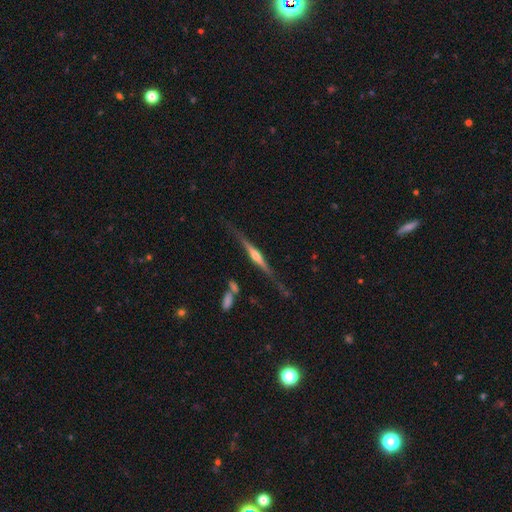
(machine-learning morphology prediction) This is clearly a featured or disk galaxy (81%). It is clearly viewed edge-on (98%). Edge-on bulge: clearly rounded (88%). Merging: likely none (76%).